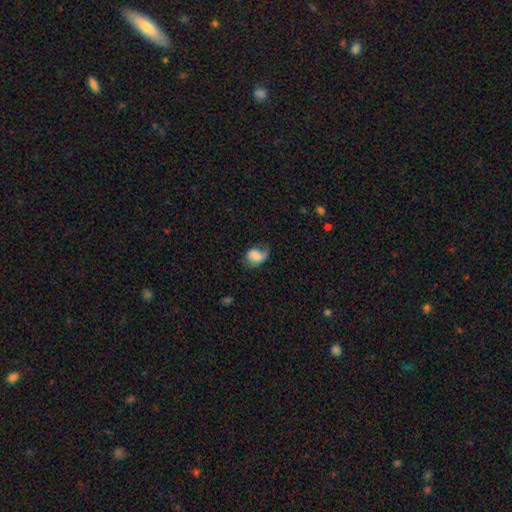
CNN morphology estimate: smooth 66%, featured or disk 25%, star or artifact 9%. Down the decision tree: how rounded — in between (69%); merging — none (36%).